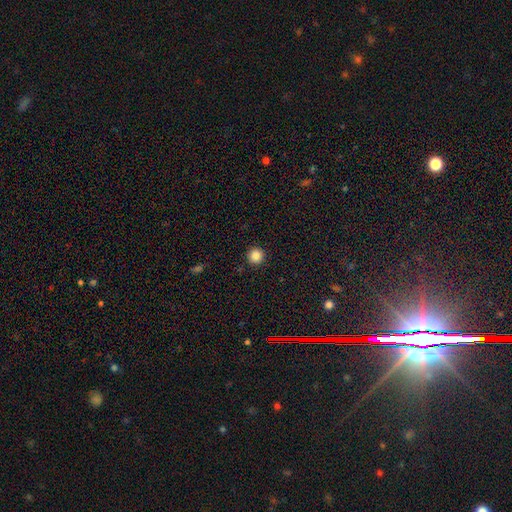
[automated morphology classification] This is clearly a smooth galaxy (85%). How rounded: clearly round (96%). Merging: clearly none (93%).